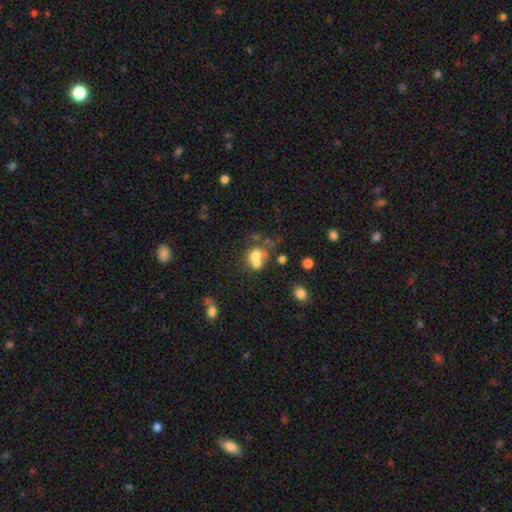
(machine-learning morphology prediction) The model was most divided on "merging": merger: 58%, none: 25%, minor disturbance: 9%, major disturbance: 8%. More confident: how rounded — round (66%); smooth or featured — smooth (63%).